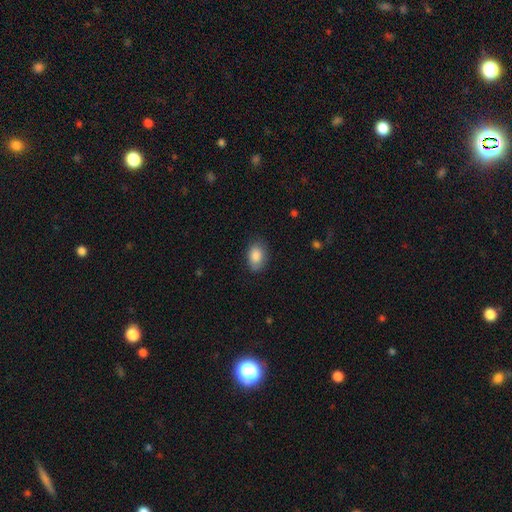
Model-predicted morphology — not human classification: A smooth galaxy with no disk features (87%) that is in between round and cigar-shaped (85%). Merging: none (82%).